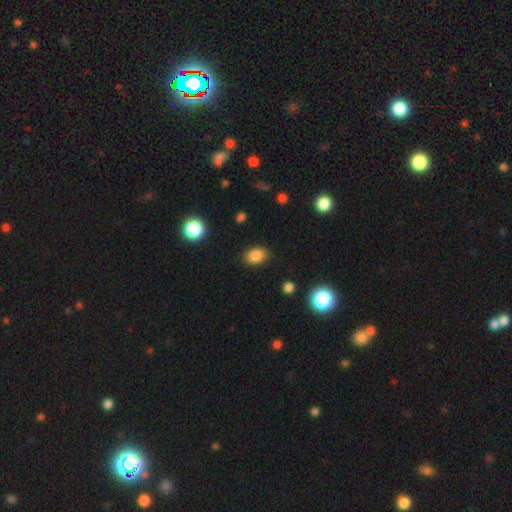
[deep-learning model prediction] smooth 85%, star or artifact 10%, featured or disk 5%. Down the decision tree: how rounded — in between (73%); merging — none (87%).